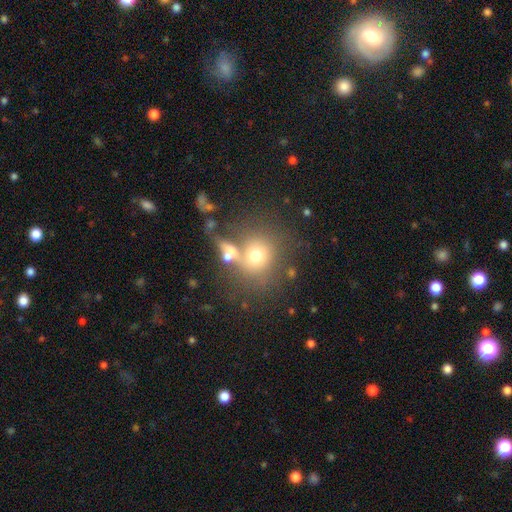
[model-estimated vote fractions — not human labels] Morphology: type=smooth (68%); roundness=round (82%); merging=none (51%).